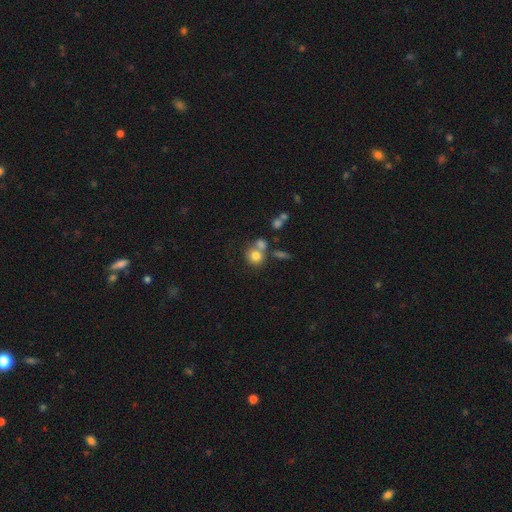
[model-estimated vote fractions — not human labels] Smooth or featured?
  - smooth: 76% *
  - featured or disk: 13%
  - star or artifact: 11%
How rounded?
  - round: 84% *
  - in between: 15%
  - cigar-shaped: 1%
Merging?
  - none: 48% *
  - merger: 36%
  - minor disturbance: 11%
  - major disturbance: 5%